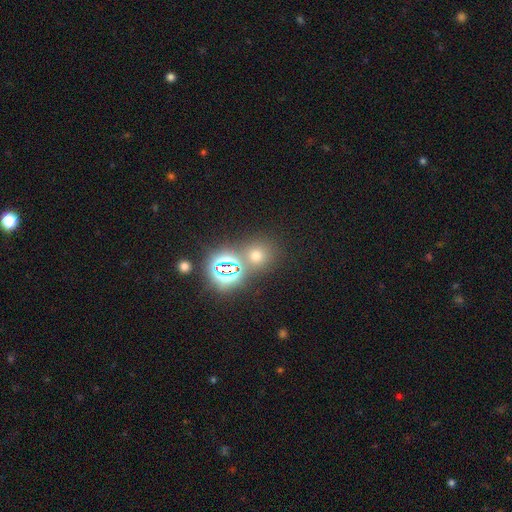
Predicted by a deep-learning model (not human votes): Smooth or featured? smooth (53%)
How rounded? round (84%)
Merging? none (72%)